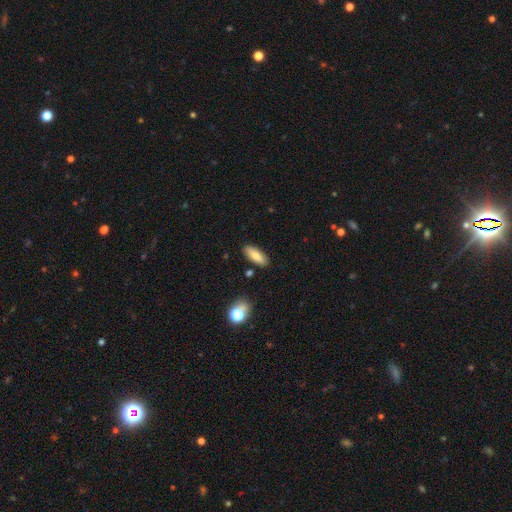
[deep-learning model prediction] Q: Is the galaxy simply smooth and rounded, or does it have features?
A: smooth — 79%.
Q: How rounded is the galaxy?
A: in between — 67%.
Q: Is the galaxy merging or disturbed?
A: none — 86%.